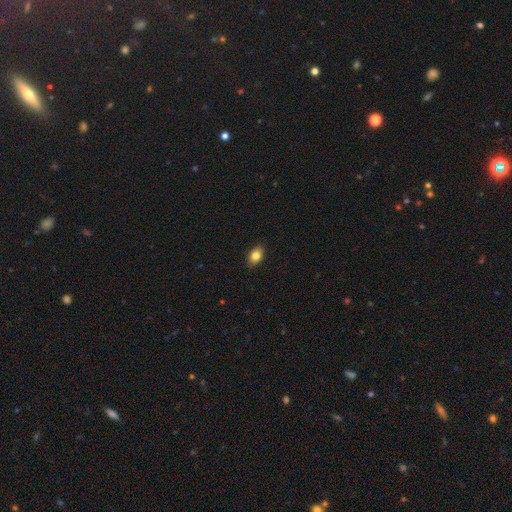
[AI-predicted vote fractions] Smooth or featured?
  - smooth: 82% *
  - featured or disk: 10%
  - star or artifact: 8%
How rounded?
  - in between: 85% *
  - round: 14%
  - cigar-shaped: 2%
Merging?
  - none: 88% *
  - minor disturbance: 9%
  - major disturbance: 2%
  - merger: 1%